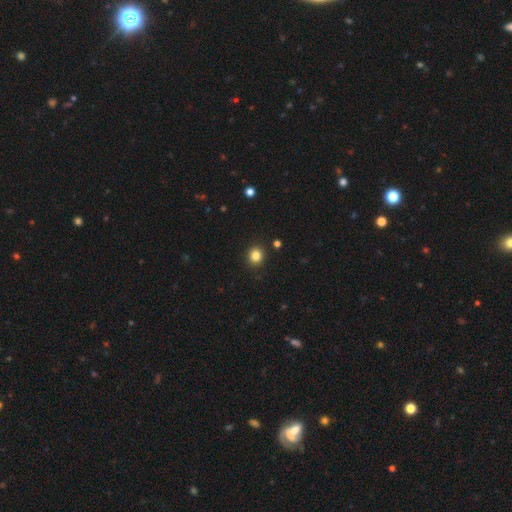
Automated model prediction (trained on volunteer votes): Q: Smooth or featured?
A: smooth (83%); runner-up: star or artifact (12%)
Q: How rounded?
A: round (87%); runner-up: in between (13%)
Q: Merging?
A: none (91%); runner-up: minor disturbance (6%)